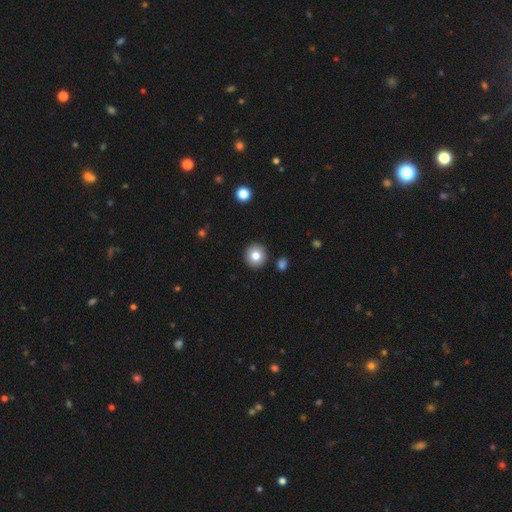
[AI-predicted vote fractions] Smooth or featured?
  - smooth: 81% *
  - star or artifact: 10%
  - featured or disk: 9%
How rounded?
  - round: 93% *
  - in between: 6%
  - cigar-shaped: 1%
Merging?
  - none: 91% *
  - minor disturbance: 5%
  - merger: 2%
  - major disturbance: 2%